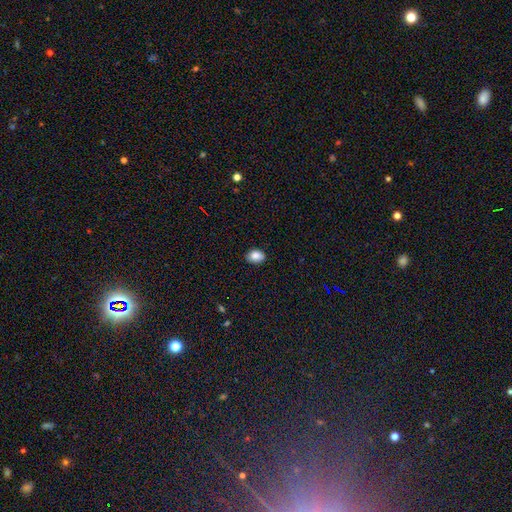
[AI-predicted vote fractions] Overall: smooth (87%). How rounded: in between (69%; round 30%). Merging: none (86%).